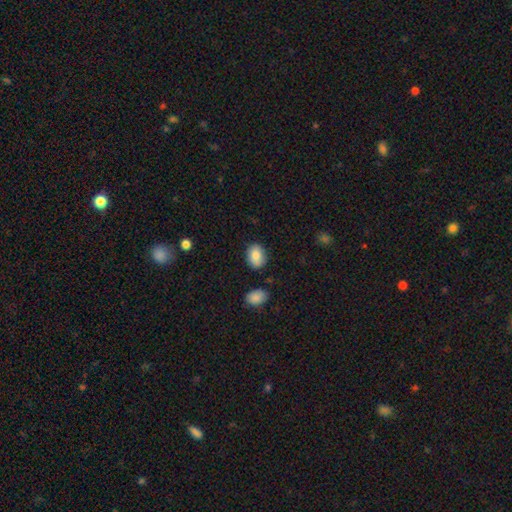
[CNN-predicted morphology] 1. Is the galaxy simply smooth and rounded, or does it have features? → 86% smooth, 8% star or artifact, 7% featured or disk.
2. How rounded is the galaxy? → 69% in between, 30% round, 1% cigar-shaped.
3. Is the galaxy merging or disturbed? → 81% none, 13% minor disturbance, 3% merger, 3% major disturbance.